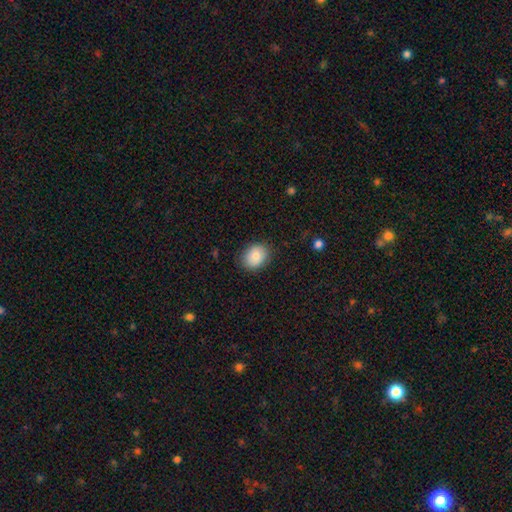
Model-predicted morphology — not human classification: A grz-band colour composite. It shows a smooth galaxy with no disk features (85%) that is in between round and cigar-shaped (50%). Merging: none (85%).